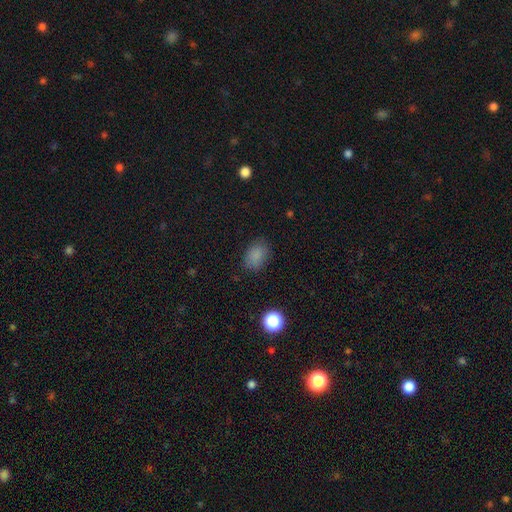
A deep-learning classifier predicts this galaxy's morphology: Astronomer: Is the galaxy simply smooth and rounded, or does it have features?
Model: smooth — 83%.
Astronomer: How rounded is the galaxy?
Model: in between — 74%.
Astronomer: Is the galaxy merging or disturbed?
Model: none — 80%.